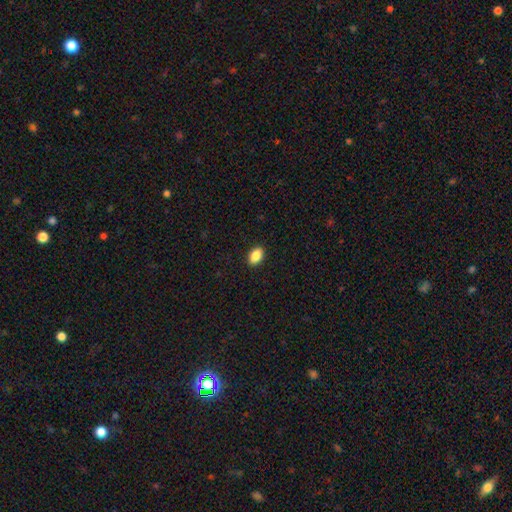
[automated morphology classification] smooth_or_featured: smooth (p=0.87) [alt: star or artifact p=0.08]
how_rounded: in between (p=0.89) [alt: round p=0.09]
merging: none (p=0.91) [alt: minor disturbance p=0.07]